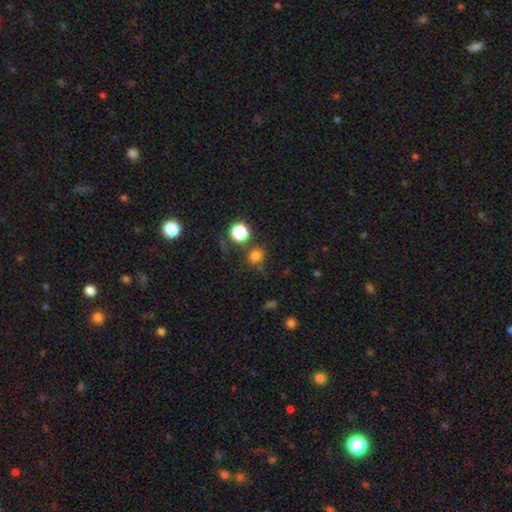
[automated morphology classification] Smooth or featured? smooth (75%)
How rounded? round (76%)
Merging? none (73%)